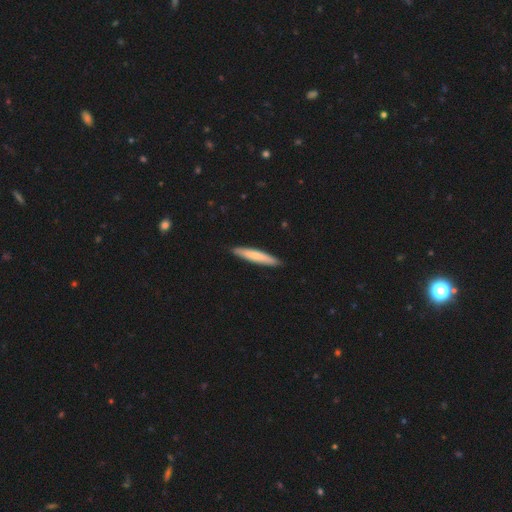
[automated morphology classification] smooth-or-featured: smooth: 72% | featured or disk: 23% | star or artifact: 5%
  how-rounded: cigar-shaped: 92% | in between: 7% | round: 1%
  merging: none: 91% | minor disturbance: 7% | major disturbance: 1% | merger: 1%